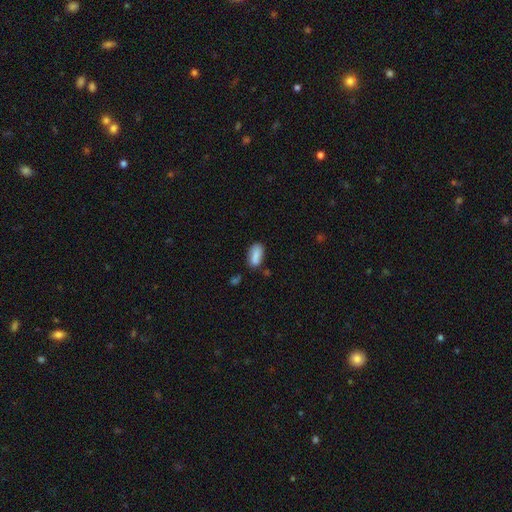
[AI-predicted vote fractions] Smooth or featured? smooth (85%)
How rounded? in between (87%)
Merging? none (67%)